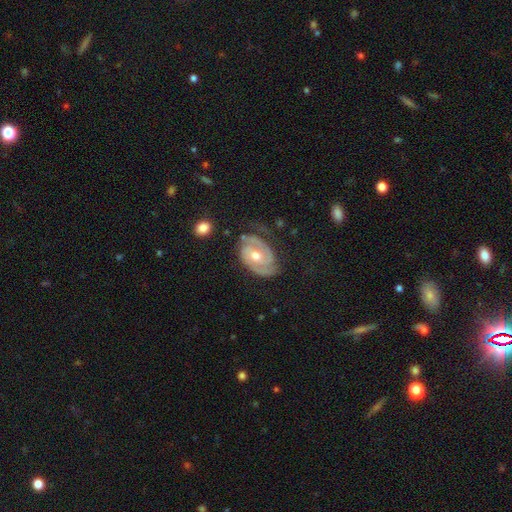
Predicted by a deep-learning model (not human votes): Smooth or featured? featured or disk (87%)
Edge-on disk? no (97%)
Bar? no (47%)
Spiral arms? yes (95%)
Spiral winding? tight (58%)
Spiral arm count? 2 (80%)
Bulge size? moderate (72%)
Merging? none (68%)